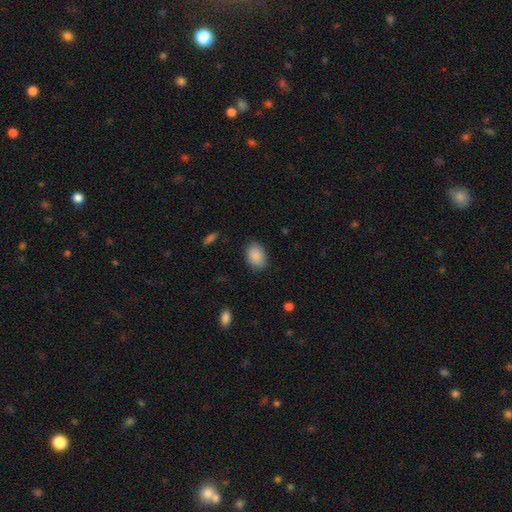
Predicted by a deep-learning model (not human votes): smooth-or-featured: smooth: 89% | star or artifact: 7% | featured or disk: 4%
  how-rounded: in between: 80% | round: 19% | cigar-shaped: 1%
  merging: none: 83% | minor disturbance: 13% | major disturbance: 3% | merger: 1%